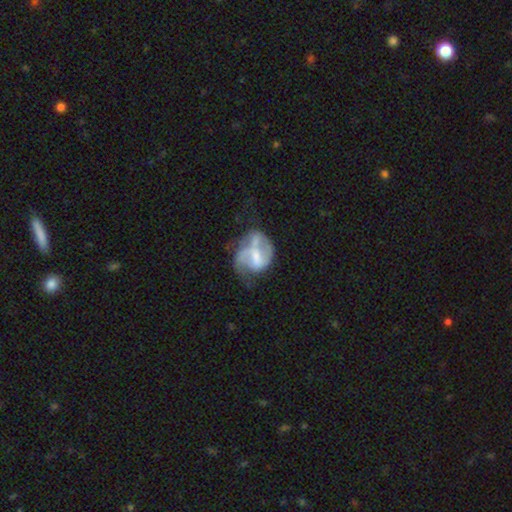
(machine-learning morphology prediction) This appears to be a featured or disk galaxy (67%) with a weak bar (47%), spiral arms (70%) and a moderate central bulge (40%). Merging: none (34%).